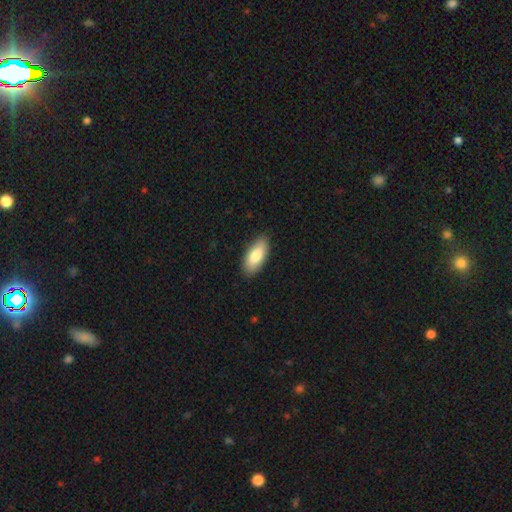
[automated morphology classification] smooth-or-featured: smooth: 81% | featured or disk: 13% | star or artifact: 6%
  how-rounded: in between: 88% | cigar-shaped: 10% | round: 2%
  merging: none: 86% | minor disturbance: 11% | major disturbance: 2% | merger: 1%